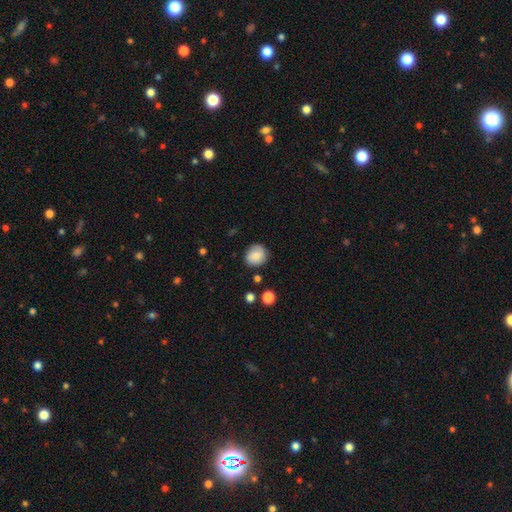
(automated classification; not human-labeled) A smooth galaxy with no disk features (81%) that is round (82%). Merging: none (81%).